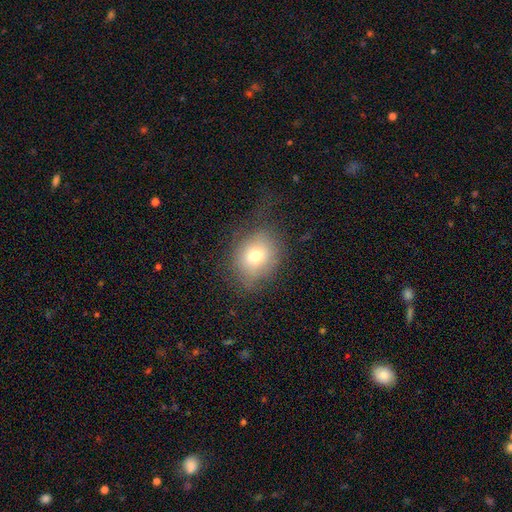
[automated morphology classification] A smooth galaxy with no disk features (71%) that is round (61%). Merging: none (59%).